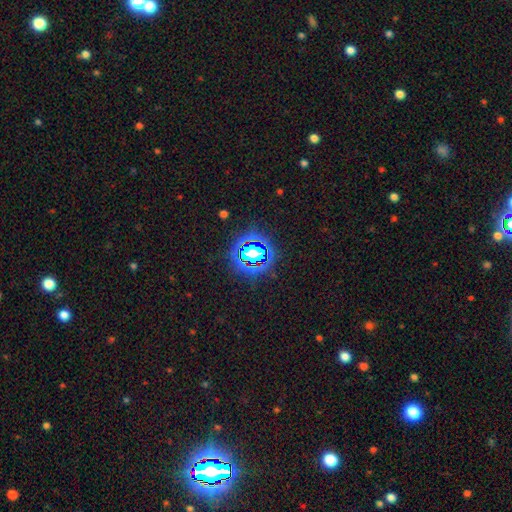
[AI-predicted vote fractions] Overall: star or artifact (63%; smooth 25%).